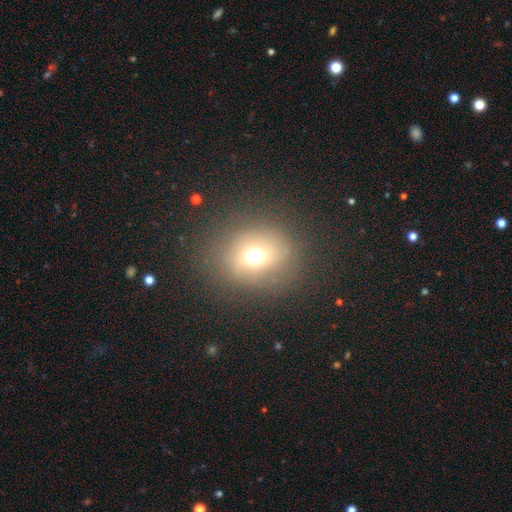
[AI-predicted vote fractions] Smooth or featured?
  - smooth: 59% *
  - star or artifact: 25%
  - featured or disk: 16%
How rounded?
  - round: 77% *
  - in between: 22%
  - cigar-shaped: 1%
Merging?
  - none: 75% *
  - minor disturbance: 12%
  - major disturbance: 9%
  - merger: 3%